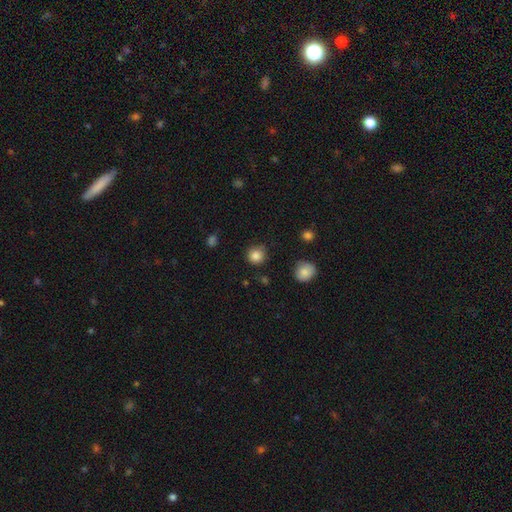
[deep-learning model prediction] A smooth galaxy with no disk features (85%) that is round (92%).

Vote fractions:
- Smooth or featured? smooth: 85% / star or artifact: 11% / featured or disk: 4%
- How rounded? round: 92% / in between: 7% / cigar-shaped: 1%
- Merging? none: 82% / minor disturbance: 13% / major disturbance: 3% / merger: 2%